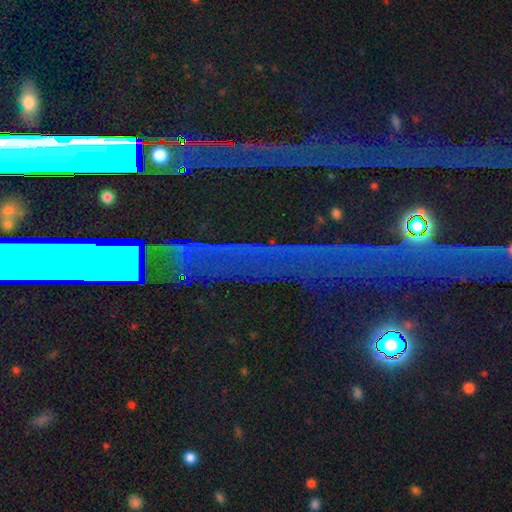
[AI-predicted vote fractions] smooth_or_featured: star or artifact (p=0.77) [alt: featured or disk p=0.13]